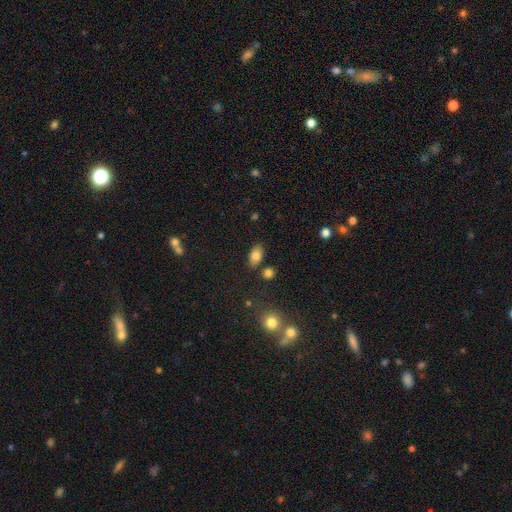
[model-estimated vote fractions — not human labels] A smooth galaxy with no disk features (82%) that is in between round and cigar-shaped (89%). Merging: none (79%).